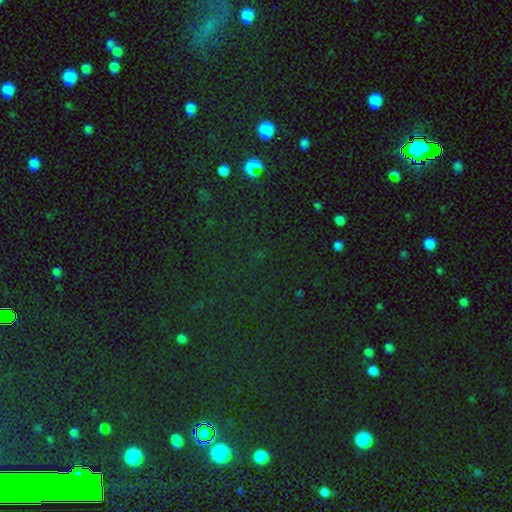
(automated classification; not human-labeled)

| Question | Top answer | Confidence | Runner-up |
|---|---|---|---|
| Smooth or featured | star or artifact | 78% | smooth (14%) |